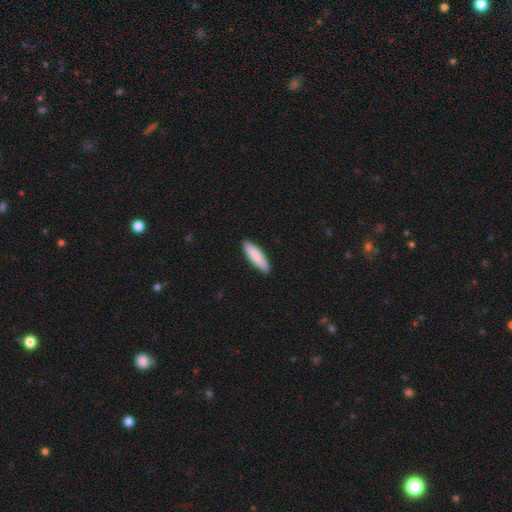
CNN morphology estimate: Smooth or featured?
  - smooth: 87% *
  - featured or disk: 8%
  - star or artifact: 5%
How rounded?
  - cigar-shaped: 68% *
  - in between: 31%
  - round: 1%
Merging?
  - none: 90% *
  - minor disturbance: 7%
  - major disturbance: 1%
  - merger: 1%